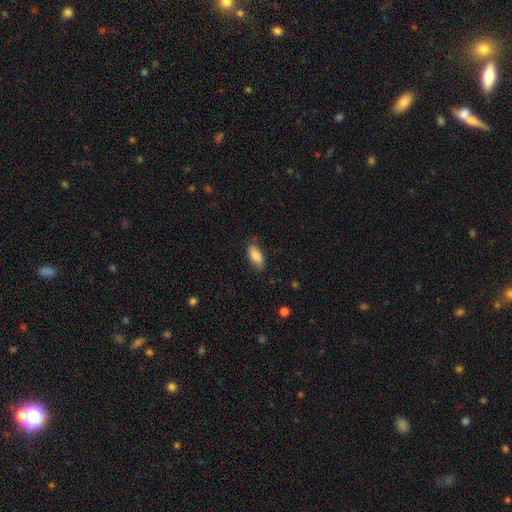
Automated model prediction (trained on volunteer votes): The model was most divided on "merging": none: 79%, minor disturbance: 16%, major disturbance: 3%, merger: 1%. More confident: smooth or featured — smooth (86%); how rounded — in between (86%).